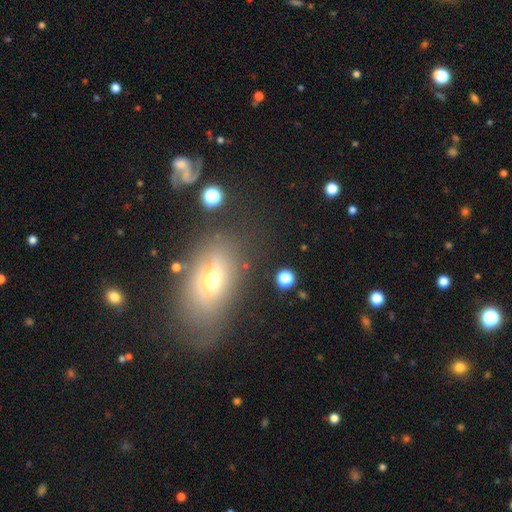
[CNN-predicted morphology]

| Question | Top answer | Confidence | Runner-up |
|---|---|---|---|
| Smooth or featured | smooth | 53% | featured or disk (28%) |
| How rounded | in between | 81% | round (13%) |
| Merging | none | 72% | minor disturbance (16%) |